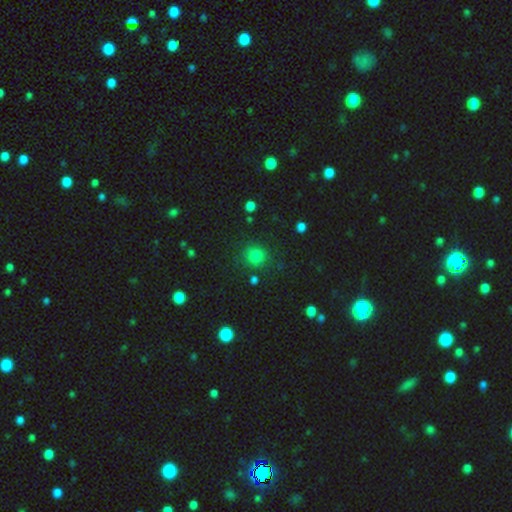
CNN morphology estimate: Overall: smooth (78%). How rounded: round (90%). Merging: none (83%).